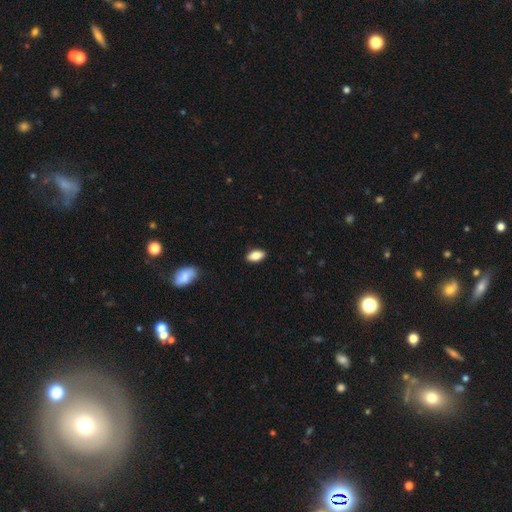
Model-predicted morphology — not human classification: Smooth or featured? smooth (84%)
How rounded? in between (90%)
Merging? none (89%)